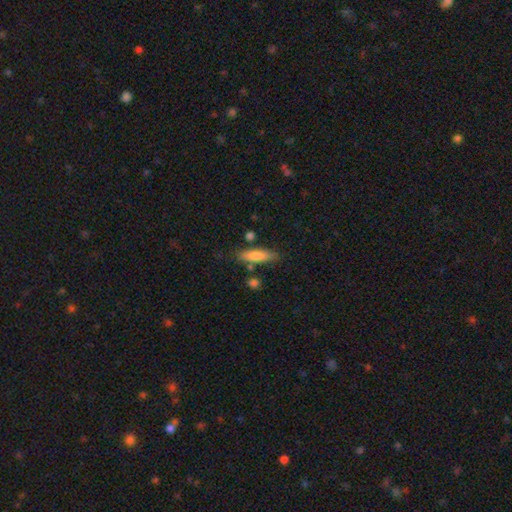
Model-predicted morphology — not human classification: Smooth or featured? smooth (75%)
How rounded? cigar-shaped (69%)
Merging? none (76%)